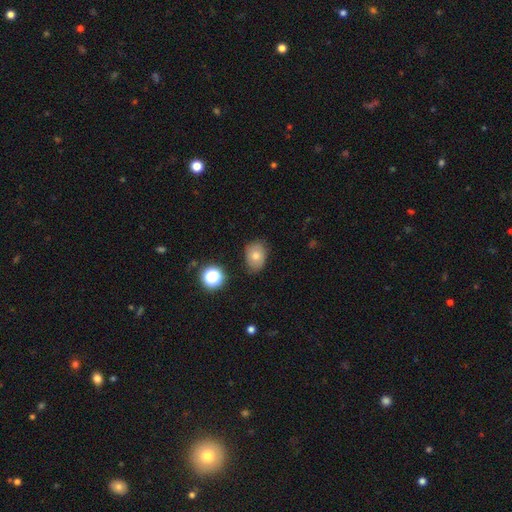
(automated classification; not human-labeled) Smooth or featured? Predicted: smooth (p=0.68). How rounded? Predicted: in between (p=0.67). Merging? Predicted: none (p=0.75).